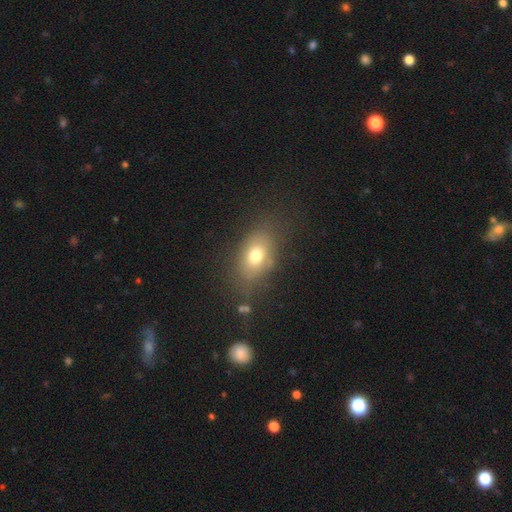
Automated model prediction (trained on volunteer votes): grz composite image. It shows a smooth galaxy with no disk features (72%) that is in between round and cigar-shaped (79%). Merging: none (69%).